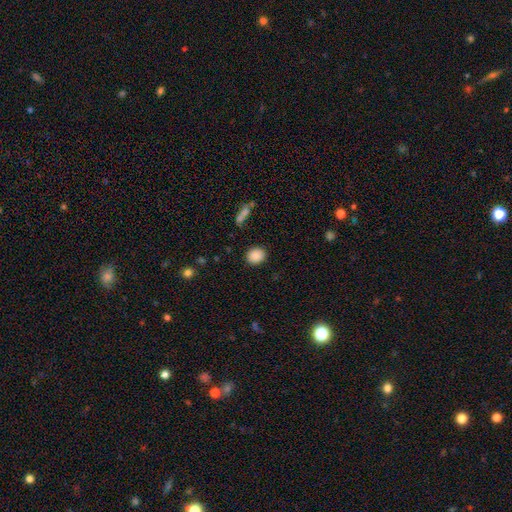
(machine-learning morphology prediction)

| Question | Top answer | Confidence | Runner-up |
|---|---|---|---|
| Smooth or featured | smooth | 87% | star or artifact (9%) |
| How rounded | round | 70% | in between (29%) |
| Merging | none | 88% | minor disturbance (8%) |